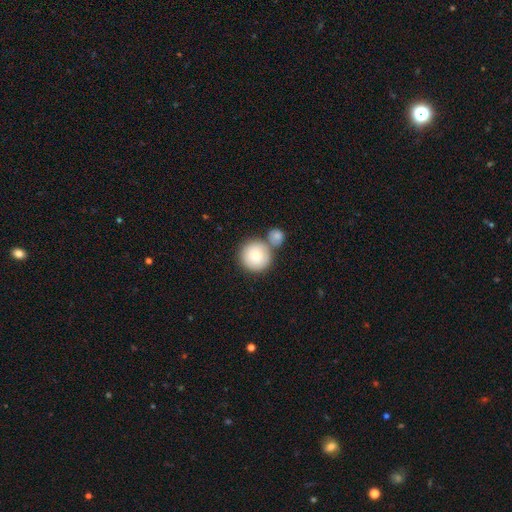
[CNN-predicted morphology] Smooth or featured: smooth — 82% (featured or disk — 11%)
How rounded: round — 94% (in between — 5%)
Merging: none — 57% (merger — 30%)